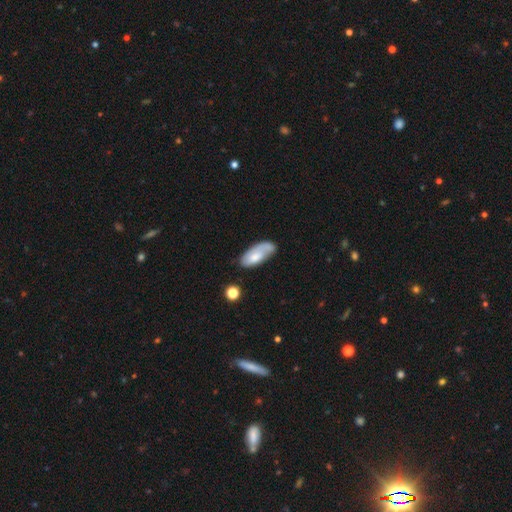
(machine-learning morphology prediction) Smooth or featured: smooth — 59% (featured or disk — 34%)
How rounded: in between — 85% (cigar-shaped — 12%)
Merging: none — 50% (minor disturbance — 30%)